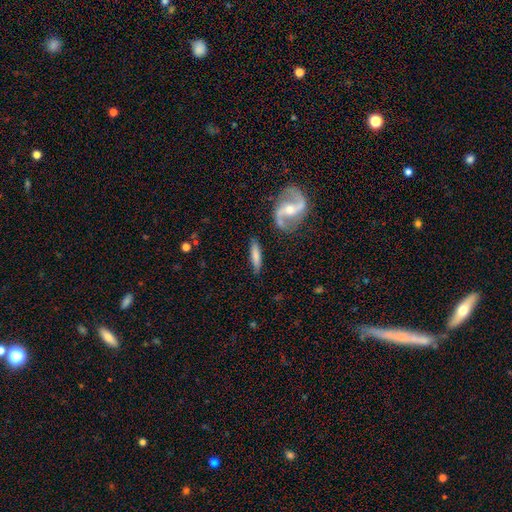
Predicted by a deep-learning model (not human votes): Morphology: type=smooth (59%); roundness=cigar-shaped (80%); merging=none (81%).